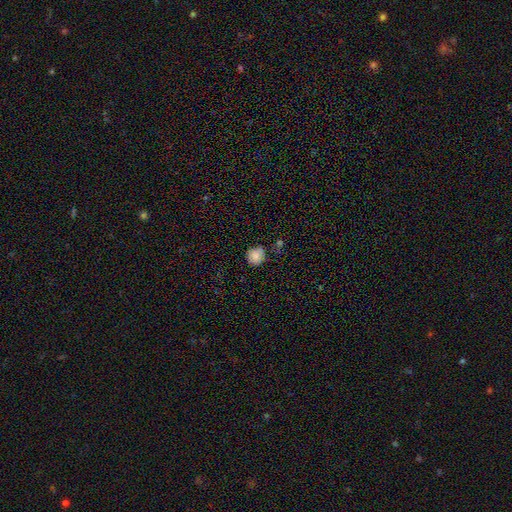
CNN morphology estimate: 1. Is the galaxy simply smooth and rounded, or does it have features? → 84% smooth, 10% star or artifact, 6% featured or disk.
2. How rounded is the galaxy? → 87% round, 12% in between, 1% cigar-shaped.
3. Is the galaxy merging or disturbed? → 71% none, 22% minor disturbance, 4% major disturbance, 4% merger.